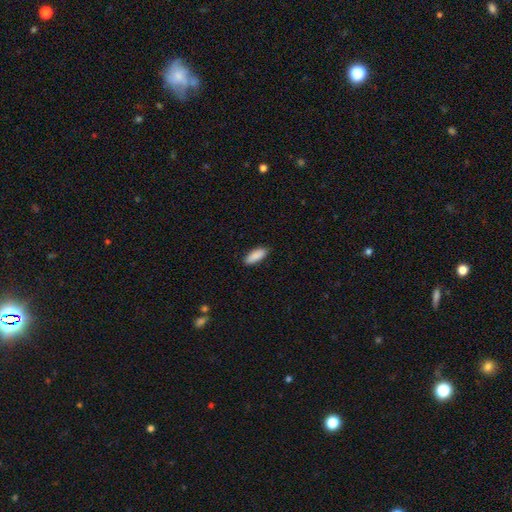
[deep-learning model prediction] Morphology: type=smooth (90%); roundness=in between (73%); merging=none (88%).